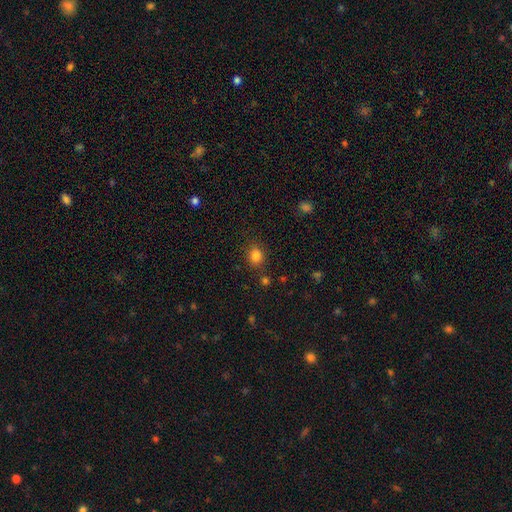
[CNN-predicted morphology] A smooth galaxy with no disk features (82%) that is round (66%). Merging: none (83%).